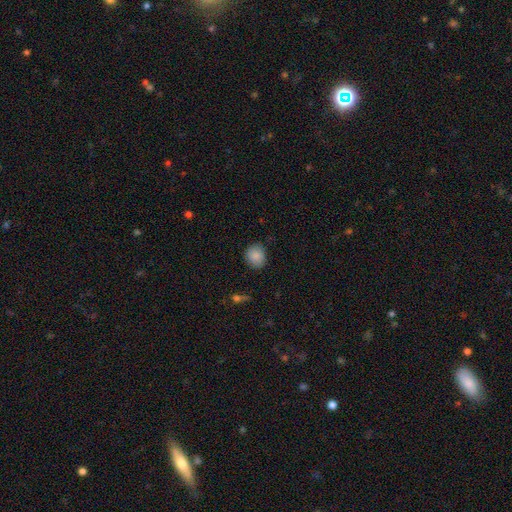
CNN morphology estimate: A smooth galaxy with no disk features (87%) that is round (70%). Merging: none (81%).